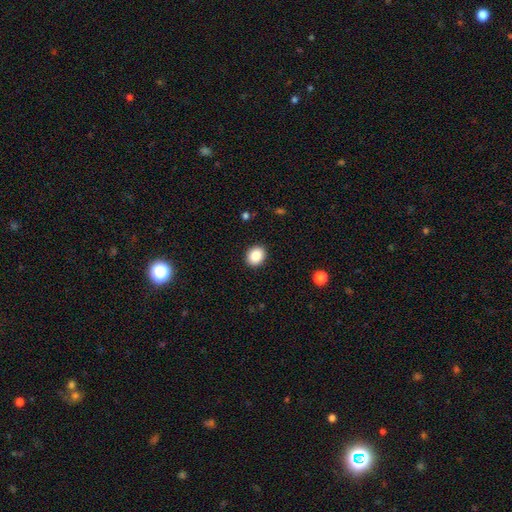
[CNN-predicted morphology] The model was most divided on "how rounded": round: 53%, in between: 46%, cigar-shaped: 1%. More confident: merging — none (91%); smooth or featured — smooth (88%).